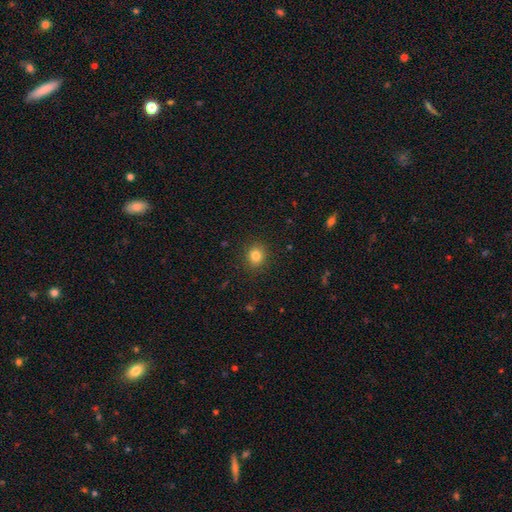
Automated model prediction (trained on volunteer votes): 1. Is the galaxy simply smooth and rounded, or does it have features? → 82% smooth, 12% star or artifact, 6% featured or disk.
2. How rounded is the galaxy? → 77% round, 22% in between, 1% cigar-shaped.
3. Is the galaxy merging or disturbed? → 90% none, 7% minor disturbance, 2% major disturbance, 1% merger.